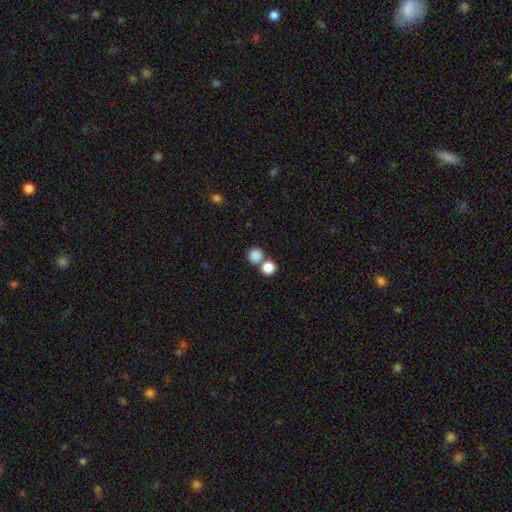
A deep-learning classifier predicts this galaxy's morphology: Q: Smooth or featured?
A: smooth (85%); runner-up: star or artifact (10%)
Q: How rounded?
A: round (91%); runner-up: in between (8%)
Q: Merging?
A: none (59%); runner-up: merger (32%)